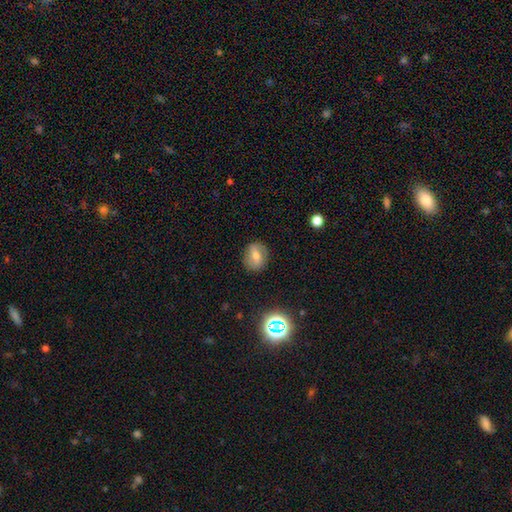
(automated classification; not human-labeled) Smooth or featured? smooth (53%)
How rounded? round (61%)
Merging? none (85%)